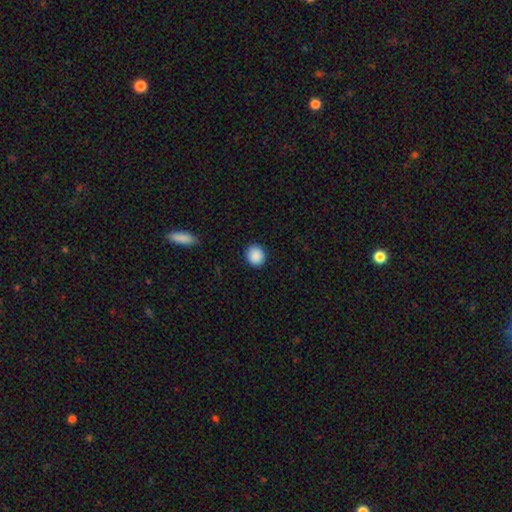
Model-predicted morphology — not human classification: This appears to be a smooth galaxy with no disk features (89%) that is round (82%). Merging: none (91%).